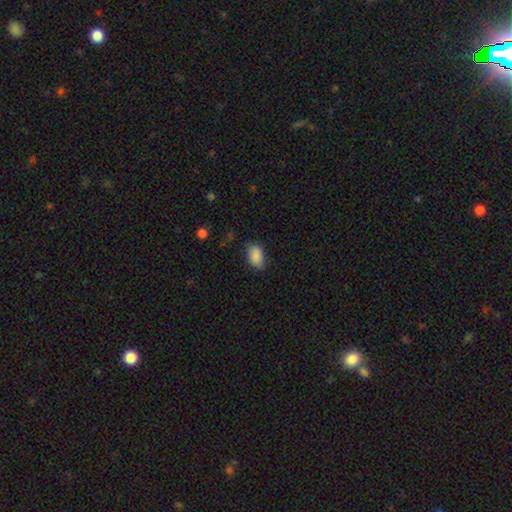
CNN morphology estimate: Smooth or featured? smooth (88%)
How rounded? in between (90%)
Merging? none (72%)